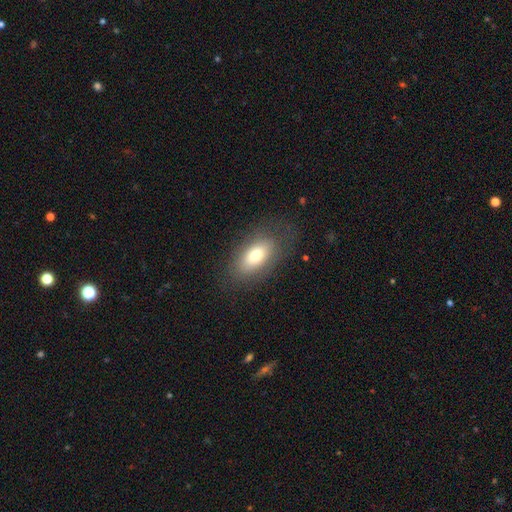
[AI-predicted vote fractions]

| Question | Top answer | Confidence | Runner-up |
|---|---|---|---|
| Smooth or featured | smooth | 72% | featured or disk (19%) |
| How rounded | in between | 89% | round (7%) |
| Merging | none | 77% | minor disturbance (14%) |